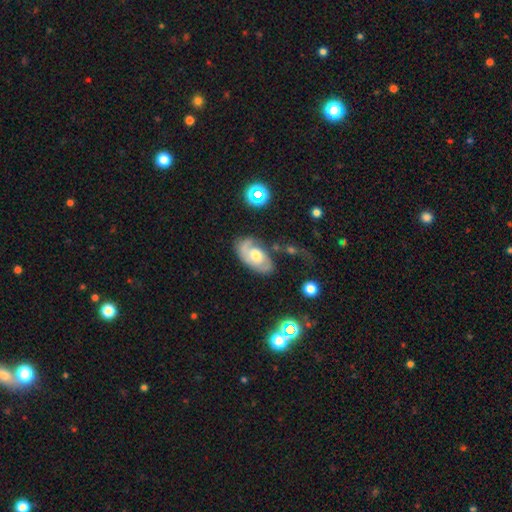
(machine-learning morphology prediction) featured or disk 66%, smooth 26%, star or artifact 8%. Down the decision tree: edge-on disk — no (94%); bar — no (75%); spiral arms — yes (80%); bulge size — moderate (70%); merging — none (57%).